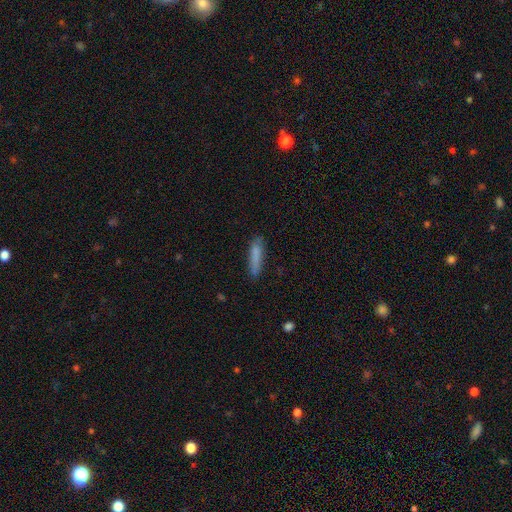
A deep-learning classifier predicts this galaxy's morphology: Smooth or featured?
  - smooth: 81% *
  - featured or disk: 12%
  - star or artifact: 7%
How rounded?
  - cigar-shaped: 84% *
  - in between: 15%
  - round: 1%
Merging?
  - none: 78% *
  - minor disturbance: 17%
  - major disturbance: 4%
  - merger: 2%